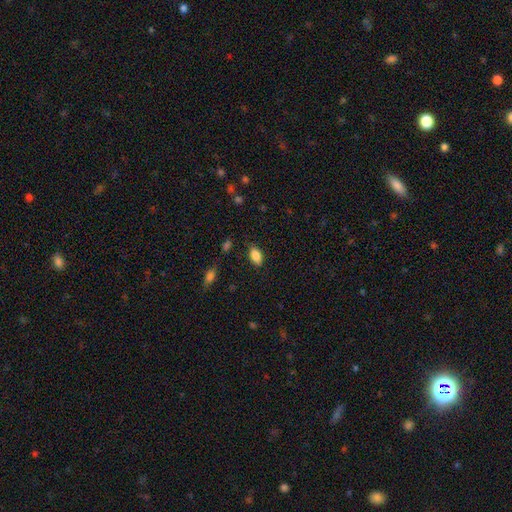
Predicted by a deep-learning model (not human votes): Morphology: type=smooth (86%); roundness=in between (91%); merging=none (84%).